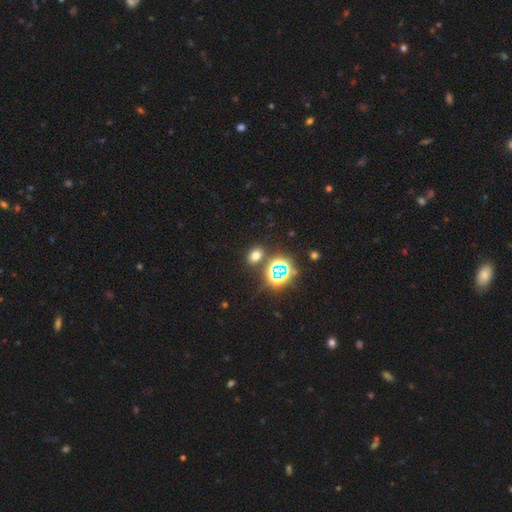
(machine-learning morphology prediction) Smooth or featured?
  - smooth: 63% *
  - star or artifact: 30%
  - featured or disk: 8%
How rounded?
  - in between: 63% *
  - round: 36%
  - cigar-shaped: 1%
Merging?
  - none: 82% *
  - minor disturbance: 8%
  - merger: 7%
  - major disturbance: 3%